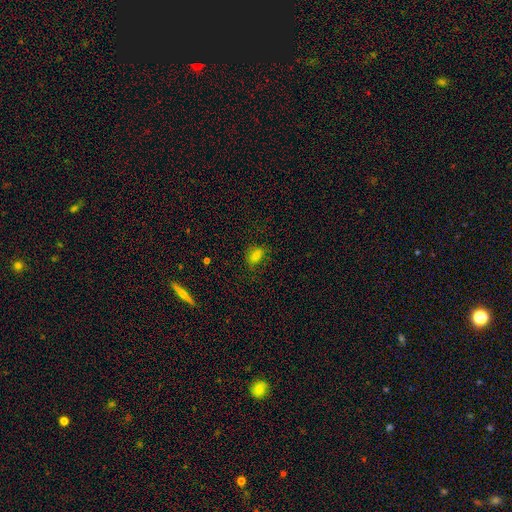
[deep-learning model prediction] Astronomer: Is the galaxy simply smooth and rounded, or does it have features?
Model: smooth — 76%.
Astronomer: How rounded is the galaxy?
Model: in between — 78%.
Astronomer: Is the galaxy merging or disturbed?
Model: none — 74%.